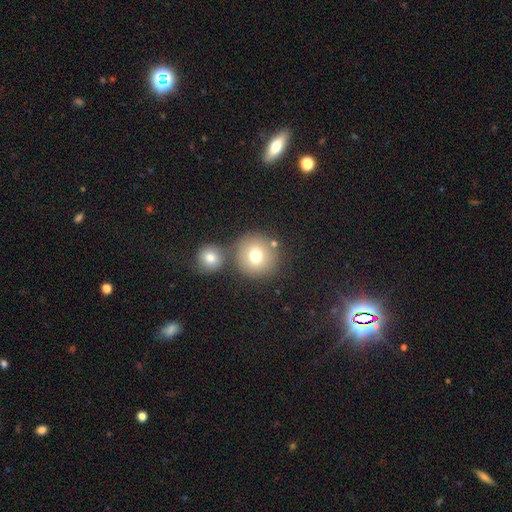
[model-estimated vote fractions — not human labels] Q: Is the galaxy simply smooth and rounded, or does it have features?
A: smooth — 75%.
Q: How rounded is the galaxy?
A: round — 93%.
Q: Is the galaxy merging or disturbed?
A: none — 66%.